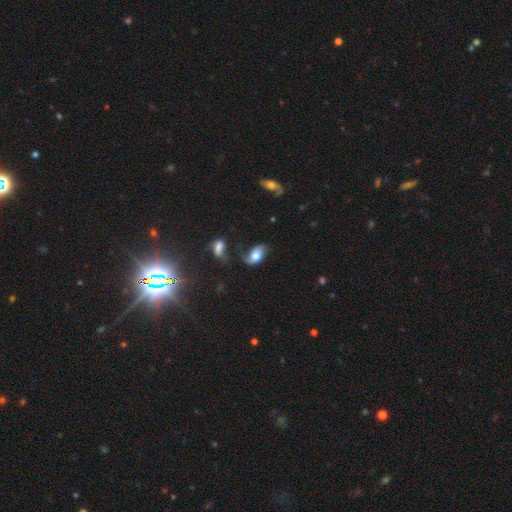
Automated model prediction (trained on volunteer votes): A smooth galaxy with no disk features (58%) that is in between round and cigar-shaped (90%). Merging: none (44%).